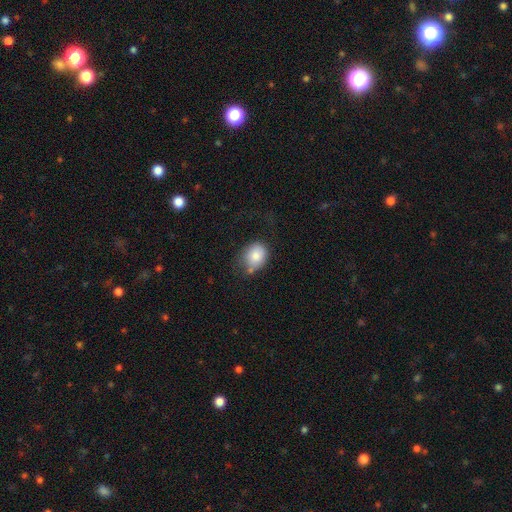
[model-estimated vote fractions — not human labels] Morphology: type=smooth (83%); roundness=round (50%); merging=none (54%).